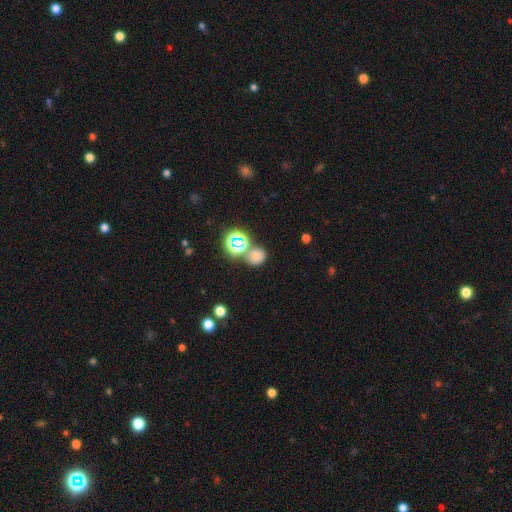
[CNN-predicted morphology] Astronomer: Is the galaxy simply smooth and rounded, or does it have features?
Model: smooth — 66%.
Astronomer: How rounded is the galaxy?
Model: round — 75%.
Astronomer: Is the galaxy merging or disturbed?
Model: none — 65%.